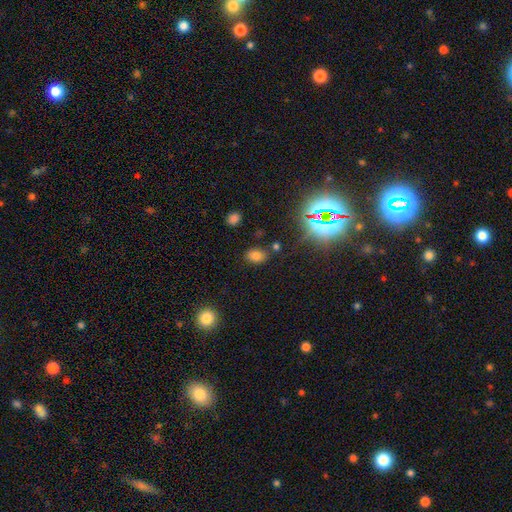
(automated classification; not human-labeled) Smooth or featured: smooth — 70% (star or artifact — 24%)
How rounded: in between — 82% (round — 17%)
Merging: none — 79% (minor disturbance — 12%)